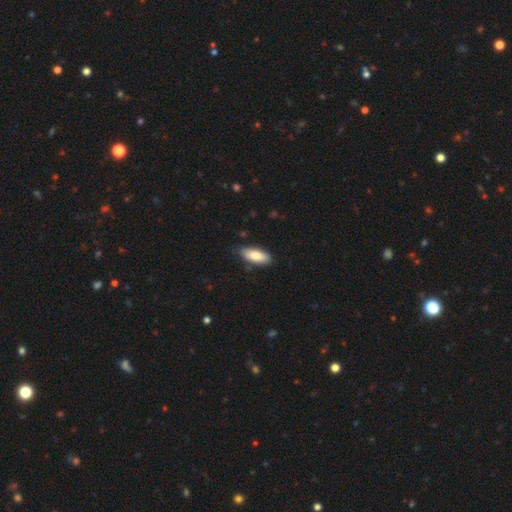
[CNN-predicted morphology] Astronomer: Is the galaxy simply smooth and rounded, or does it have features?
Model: smooth — 82%.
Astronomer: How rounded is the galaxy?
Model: in between — 75%.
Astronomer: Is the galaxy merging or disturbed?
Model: none — 78%.